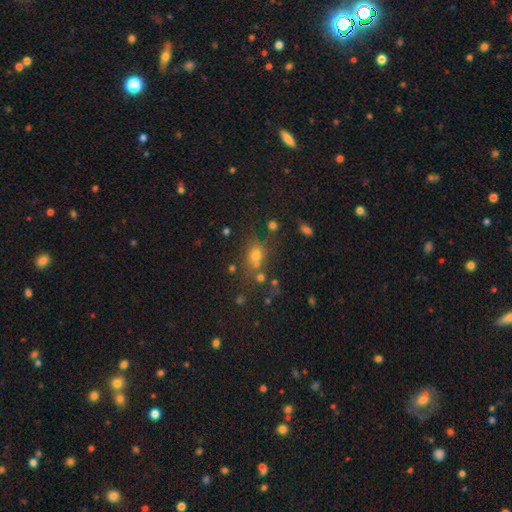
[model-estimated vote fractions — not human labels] Morphology: type=smooth (61%); roundness=round (71%); merging=none (59%).